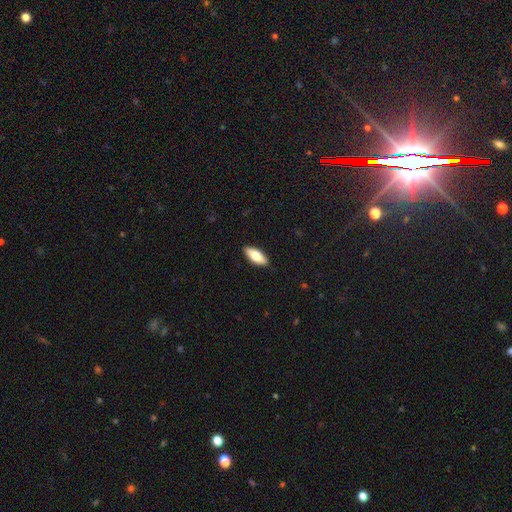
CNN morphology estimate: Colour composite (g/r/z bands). It shows a smooth galaxy with no disk features (74%) that is in between round and cigar-shaped (78%). Merging: none (89%).